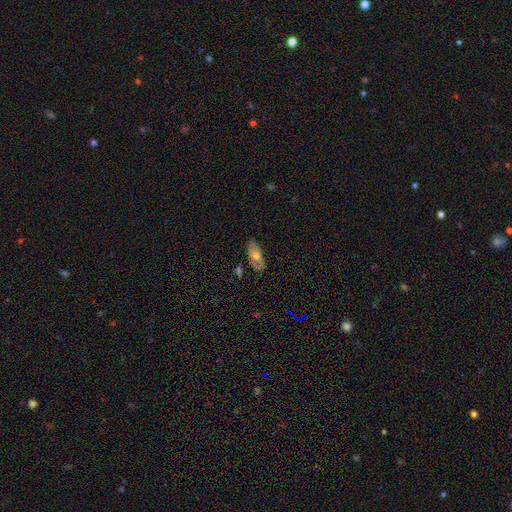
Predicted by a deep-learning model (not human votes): Q: Smooth or featured?
A: smooth (48%); runner-up: featured or disk (44%)
Q: Merging?
A: none (78%); runner-up: minor disturbance (16%)